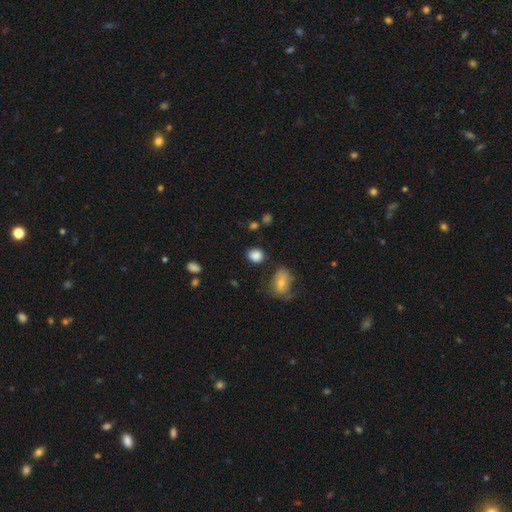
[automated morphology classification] smooth_or_featured: smooth (p=0.86) [alt: star or artifact p=0.09]
how_rounded: round (p=0.62) [alt: in between p=0.37]
merging: none (p=0.78) [alt: minor disturbance p=0.13]